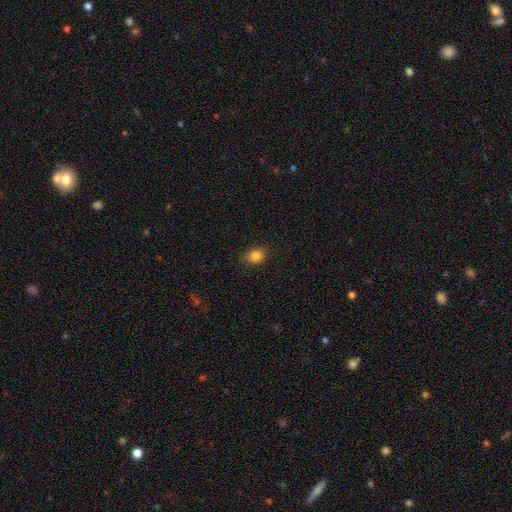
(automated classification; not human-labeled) smooth 84%, star or artifact 10%, featured or disk 5%. Down the decision tree: how rounded — round (56%); merging — none (85%).